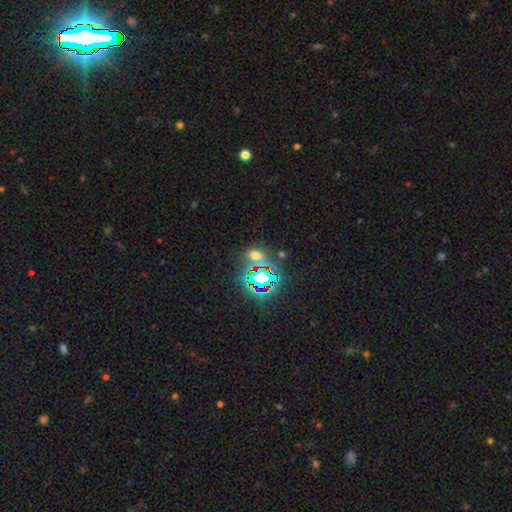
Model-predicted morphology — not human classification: Smooth or featured? star or artifact (50%)